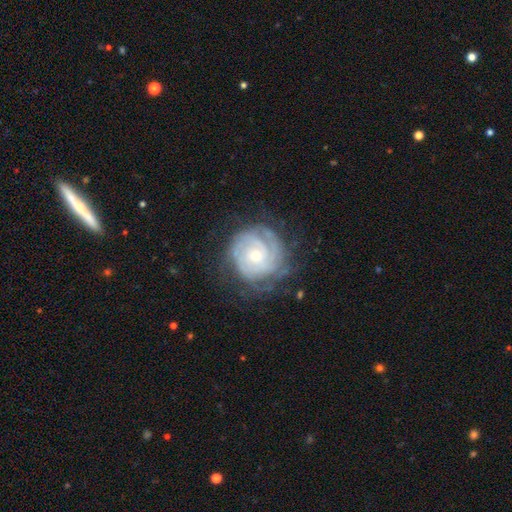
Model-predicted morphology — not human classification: Smooth or featured? featured or disk (84%)
Edge-on disk? no (98%)
Bar? no (76%)
Spiral arms? yes (95%)
Spiral winding? tight (78%)
Spiral arm count? can't tell (37%)
Bulge size? small (56%)
Merging? none (72%)